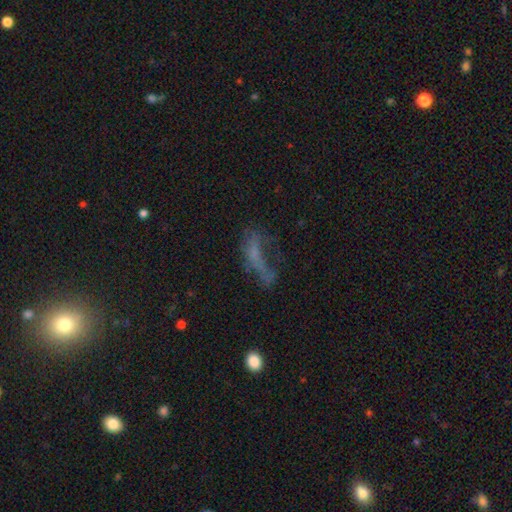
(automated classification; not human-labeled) Smooth or featured? Predicted: smooth (p=0.41). Merging? Predicted: major disturbance (p=0.40).